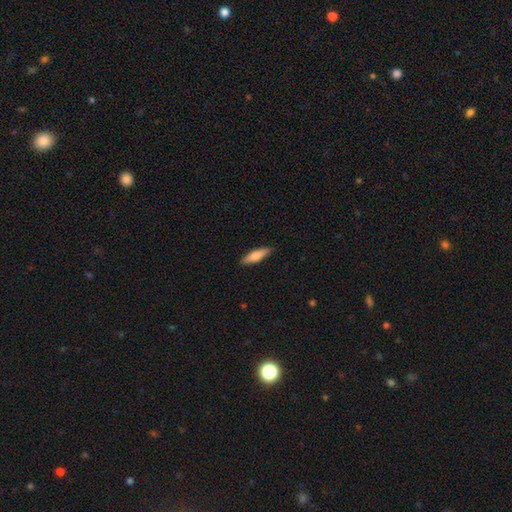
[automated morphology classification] Smooth or featured? smooth (74%)
How rounded? cigar-shaped (62%)
Merging? none (89%)